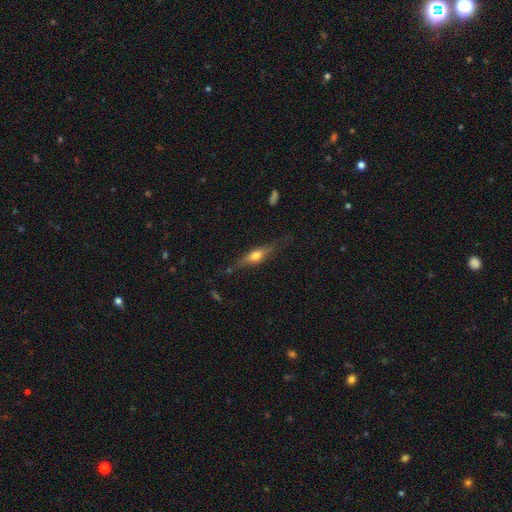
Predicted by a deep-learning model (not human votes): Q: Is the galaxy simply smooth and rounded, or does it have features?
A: featured or disk — 62%.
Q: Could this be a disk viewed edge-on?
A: yes — 93%.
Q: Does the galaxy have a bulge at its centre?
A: rounded — 93%.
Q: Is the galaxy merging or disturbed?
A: none — 75%.